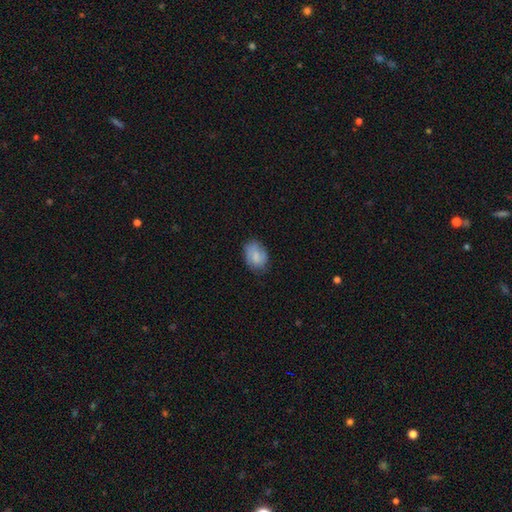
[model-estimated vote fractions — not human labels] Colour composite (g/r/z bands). It shows a smooth galaxy with no disk features (68%) that is in between round and cigar-shaped (74%). Merging: none (73%).